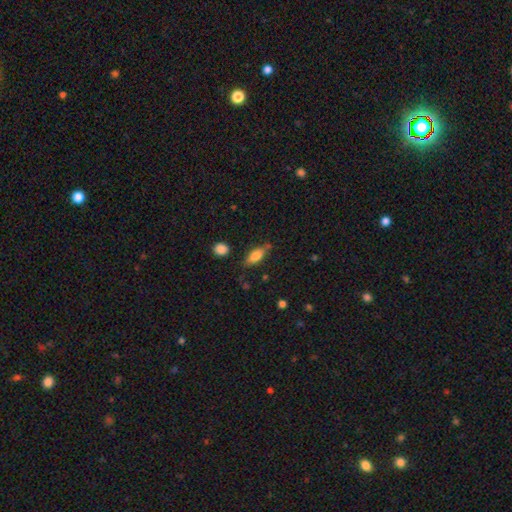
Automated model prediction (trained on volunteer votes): This is likely a smooth galaxy (76%). How rounded: likely in between (76%). Merging: likely none (70%).